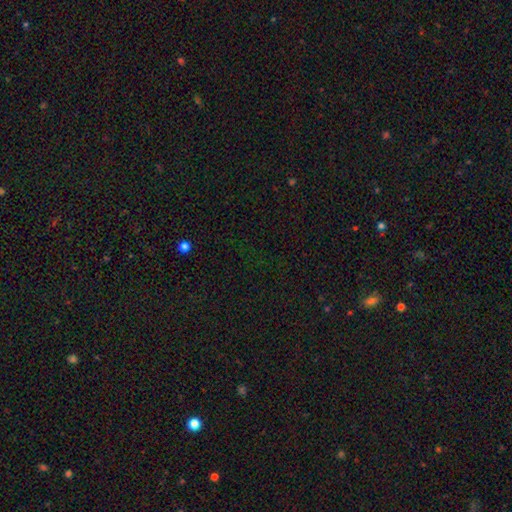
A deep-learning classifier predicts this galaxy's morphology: Overall: star or artifact (72%).